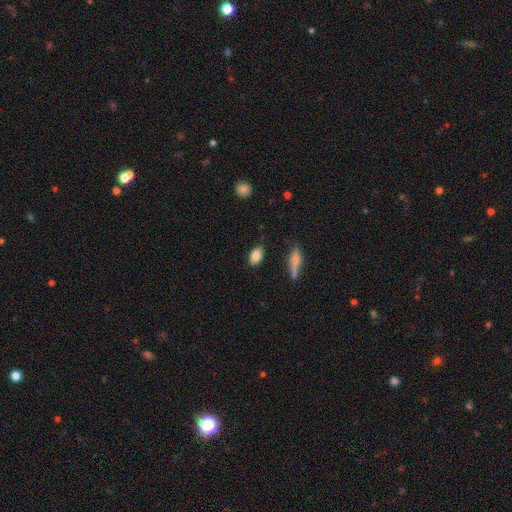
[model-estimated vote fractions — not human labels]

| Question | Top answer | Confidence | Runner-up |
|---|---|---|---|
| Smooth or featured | smooth | 83% | featured or disk (9%) |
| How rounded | in between | 88% | round (8%) |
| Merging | none | 82% | minor disturbance (13%) |